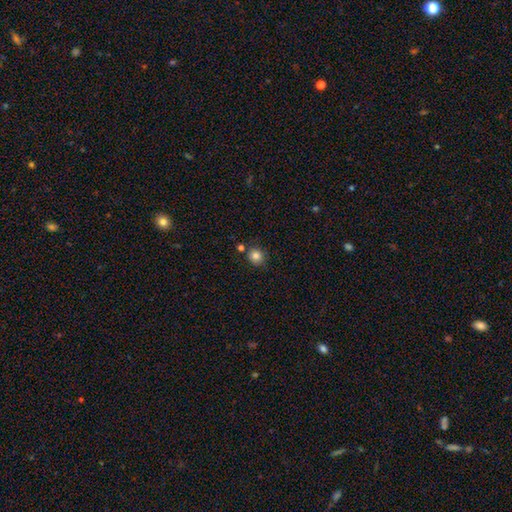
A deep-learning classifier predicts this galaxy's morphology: Smooth or featured: smooth — 83% (star or artifact — 11%)
How rounded: round — 84% (in between — 15%)
Merging: none — 77% (minor disturbance — 12%)